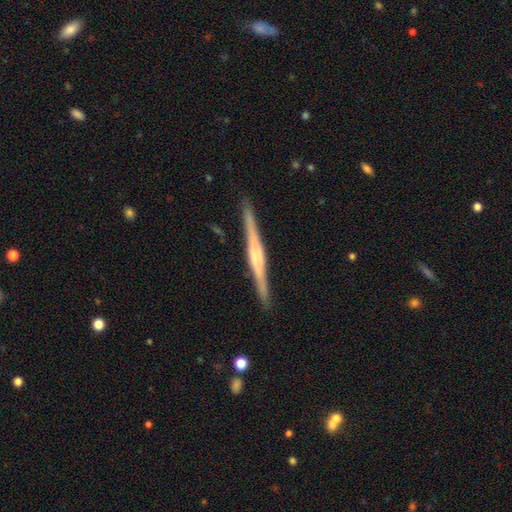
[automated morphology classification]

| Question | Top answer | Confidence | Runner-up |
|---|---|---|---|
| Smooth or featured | featured or disk | 80% | smooth (15%) |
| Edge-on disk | yes | 98% | no (2%) |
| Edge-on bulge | rounded | 54% | boxy (34%) |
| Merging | none | 91% | minor disturbance (7%) |